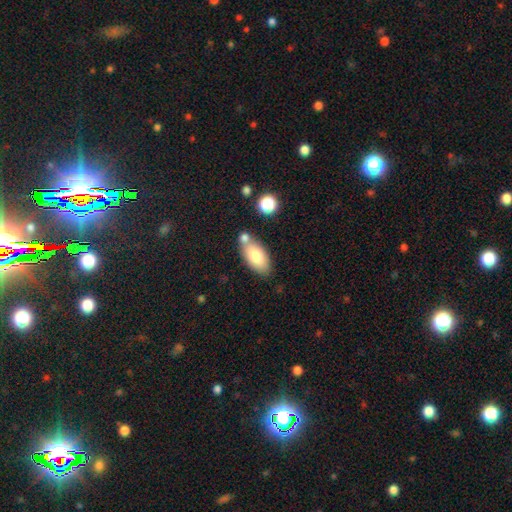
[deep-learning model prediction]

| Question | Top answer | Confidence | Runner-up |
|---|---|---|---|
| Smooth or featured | smooth | 79% | featured or disk (14%) |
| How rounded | in between | 92% | cigar-shaped (4%) |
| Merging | none | 62% | merger (20%) |